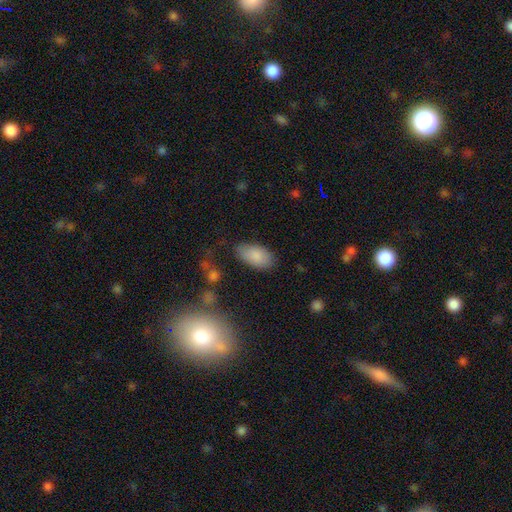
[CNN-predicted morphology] A smooth galaxy with no disk features (87%) that is in between round and cigar-shaped (94%). Merging: none (77%).